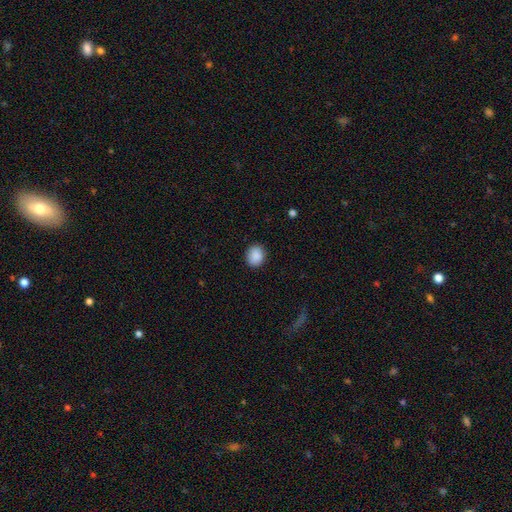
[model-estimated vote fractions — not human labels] smooth_or_featured: smooth (p=0.89) [alt: star or artifact p=0.08]
how_rounded: round (p=0.69) [alt: in between p=0.30]
merging: none (p=0.89) [alt: minor disturbance p=0.08]